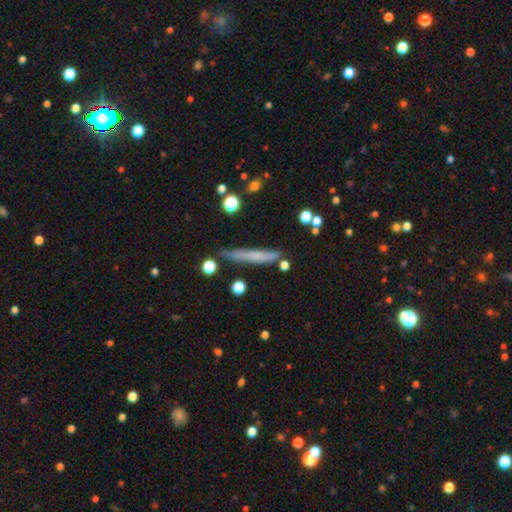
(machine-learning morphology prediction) Smooth or featured: smooth — 60% (featured or disk — 30%)
How rounded: cigar-shaped — 93% (in between — 5%)
Merging: none — 73% (minor disturbance — 17%)